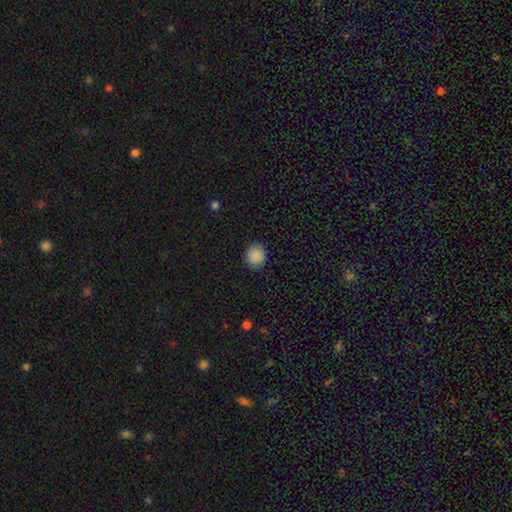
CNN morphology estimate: type=smooth (89%); roundness=round (87%); merging=none (91%).